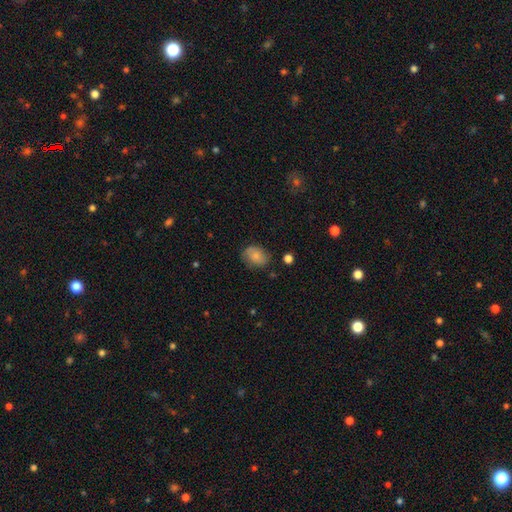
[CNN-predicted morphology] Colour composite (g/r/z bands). It shows a smooth galaxy with no disk features (79%) that is in between round and cigar-shaped (64%). Merging: none (74%).